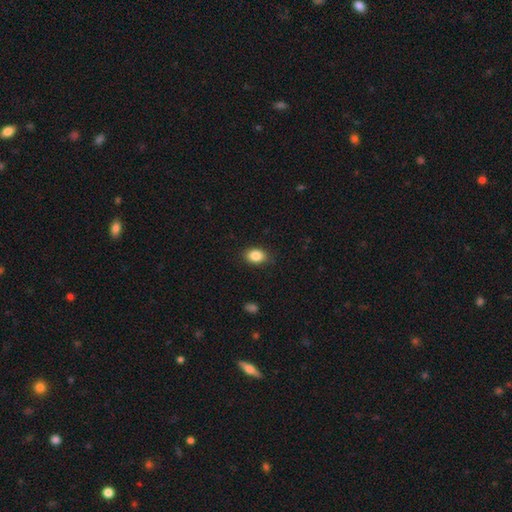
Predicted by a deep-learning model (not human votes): Smooth or featured? Predicted: smooth (p=0.86). How rounded? Predicted: in between (p=0.76). Merging? Predicted: none (p=0.84).